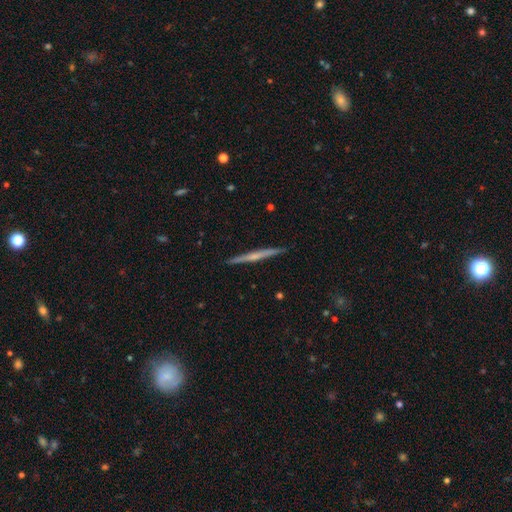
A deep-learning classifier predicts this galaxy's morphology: A featured or disk galaxy (64%) viewed edge-on (98%) with no central bulge (48%). Merging: none (91%).